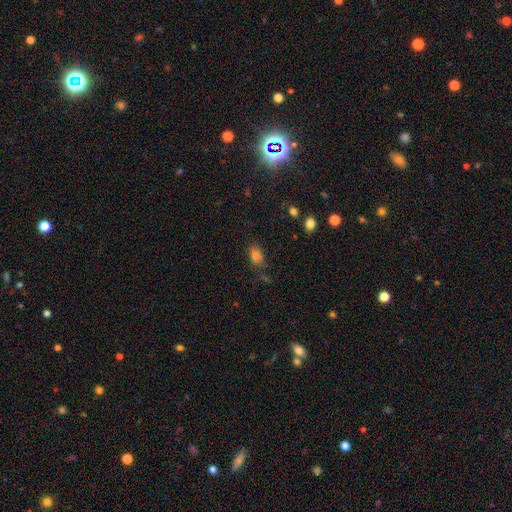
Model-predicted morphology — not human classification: Q: Smooth or featured?
A: smooth (79%); runner-up: star or artifact (14%)
Q: How rounded?
A: in between (83%); runner-up: round (14%)
Q: Merging?
A: none (68%); runner-up: minor disturbance (20%)